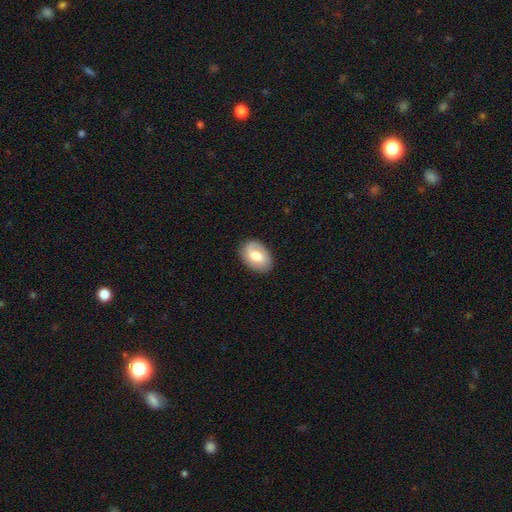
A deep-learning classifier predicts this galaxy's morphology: A smooth galaxy with no disk features (58%) that is in between round and cigar-shaped (84%).

Vote fractions:
- Smooth or featured? smooth: 58% / featured or disk: 36% / star or artifact: 7%
- How rounded? in between: 84% / round: 15% / cigar-shaped: 1%
- Merging? none: 82% / minor disturbance: 13% / major disturbance: 4% / merger: 1%